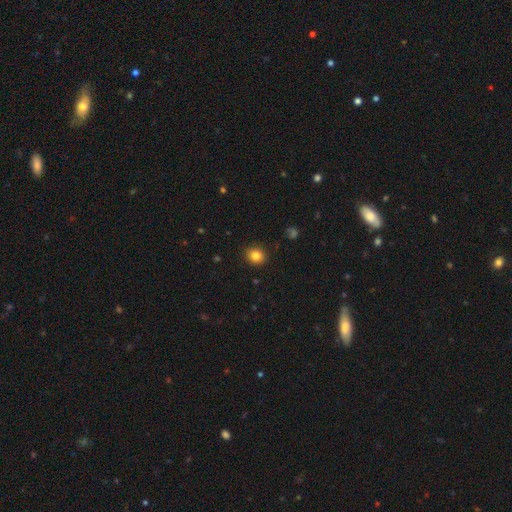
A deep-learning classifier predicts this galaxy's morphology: smooth 83%, star or artifact 11%, featured or disk 6%. Down the decision tree: how rounded — round (75%); merging — none (90%).